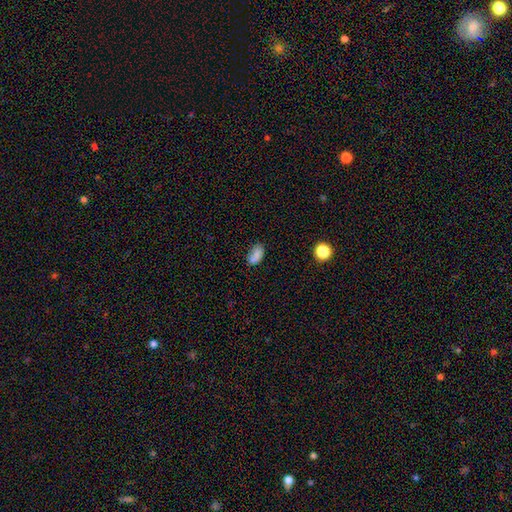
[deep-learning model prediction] Smooth or featured? Predicted: smooth (p=0.78). How rounded? Predicted: in between (p=0.89). Merging? Predicted: none (p=0.58).